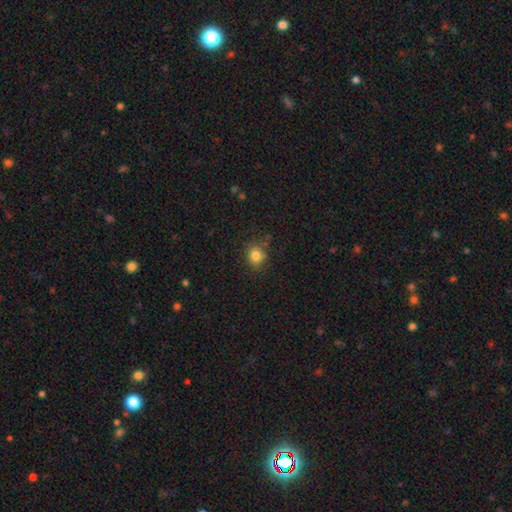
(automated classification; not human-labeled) This appears to be a smooth galaxy with no disk features (82%) that is round (77%). Merging: none (79%).